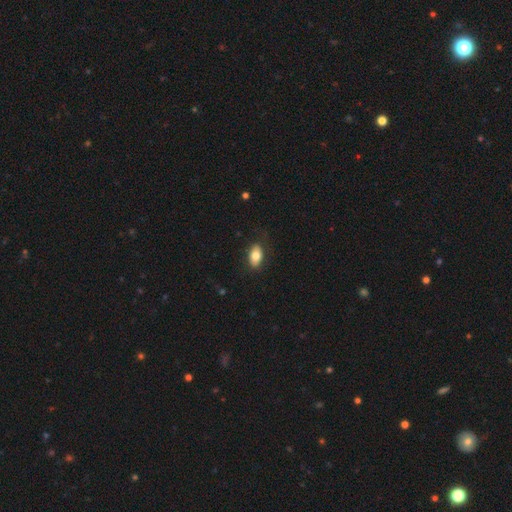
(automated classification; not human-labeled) Q: Smooth or featured?
A: smooth (79%); runner-up: featured or disk (14%)
Q: How rounded?
A: in between (91%); runner-up: round (7%)
Q: Merging?
A: none (82%); runner-up: minor disturbance (13%)